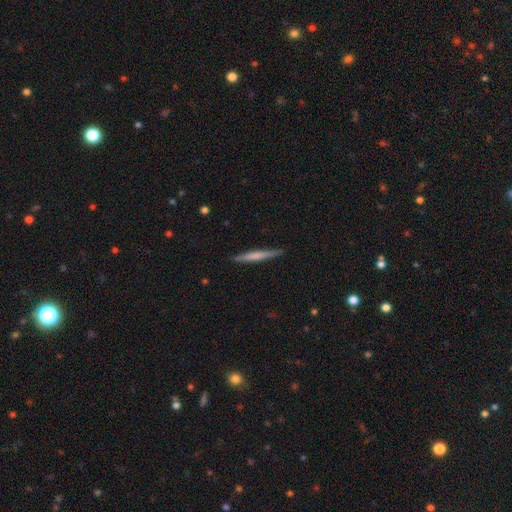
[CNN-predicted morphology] Smooth or featured: smooth — 56% (featured or disk — 39%)
How rounded: cigar-shaped — 96% (in between — 3%)
Merging: none — 90% (minor disturbance — 8%)